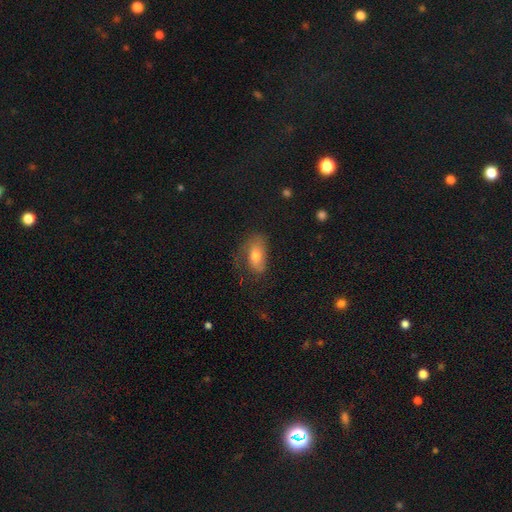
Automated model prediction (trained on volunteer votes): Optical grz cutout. It shows a smooth galaxy with no disk features (66%) that is in between round and cigar-shaped (88%). Merging: none (51%).